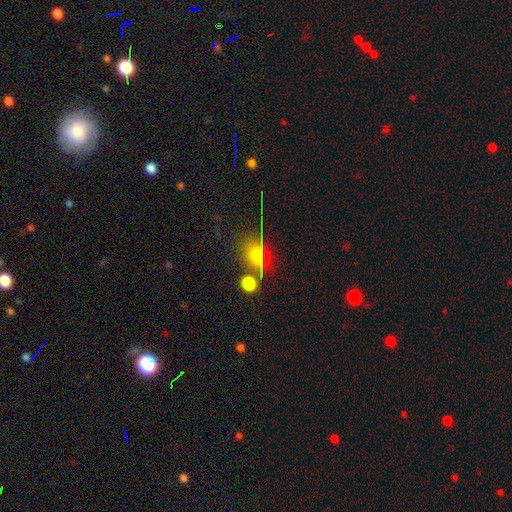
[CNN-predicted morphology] smooth_or_featured: smooth (p=0.57) [alt: star or artifact p=0.31]
how_rounded: round (p=0.61) [alt: in between p=0.35]
merging: none (p=0.67) [alt: merger p=0.13]